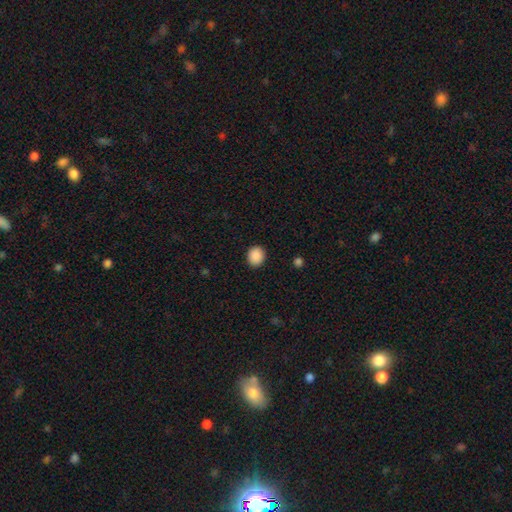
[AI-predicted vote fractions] smooth_or_featured: smooth (p=0.89) [alt: star or artifact p=0.09]
how_rounded: round (p=0.70) [alt: in between p=0.29]
merging: none (p=0.91) [alt: minor disturbance p=0.06]